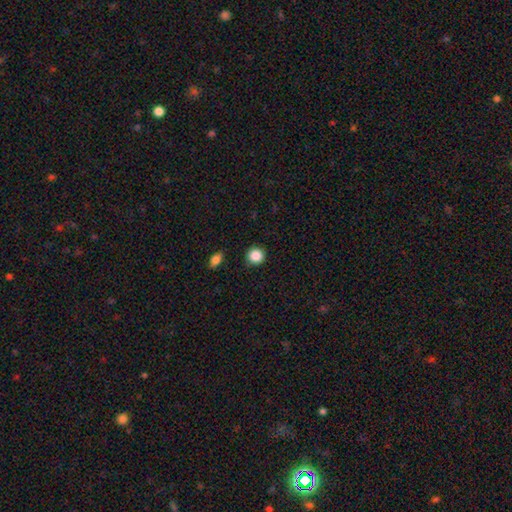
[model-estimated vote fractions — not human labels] Smooth or featured: smooth — 87% (star or artifact — 10%)
How rounded: round — 93% (in between — 6%)
Merging: none — 89% (minor disturbance — 8%)